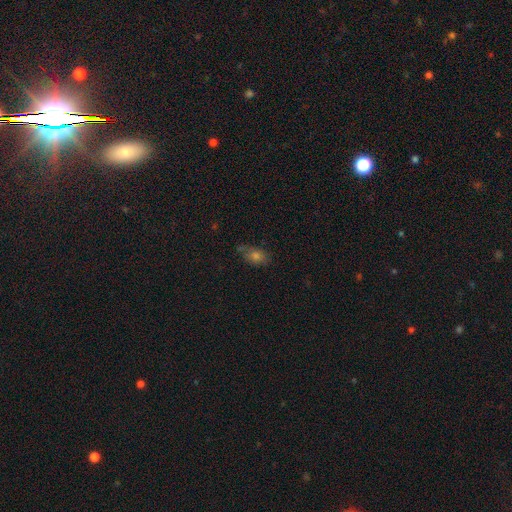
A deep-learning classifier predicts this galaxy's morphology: smooth_or_featured: smooth (p=0.67) [alt: star or artifact p=0.18]
how_rounded: in between (p=0.77) [alt: round p=0.19]
merging: none (p=0.64) [alt: minor disturbance p=0.25]